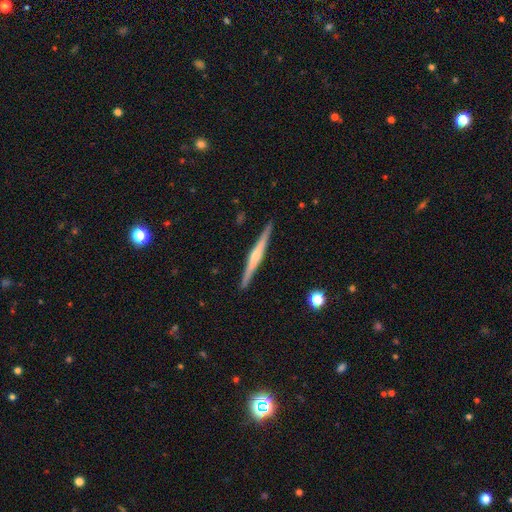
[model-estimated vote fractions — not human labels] This appears to be a featured or disk galaxy (71%) viewed edge-on (98%) with a rounded central bulge (66%). Merging: none (92%).